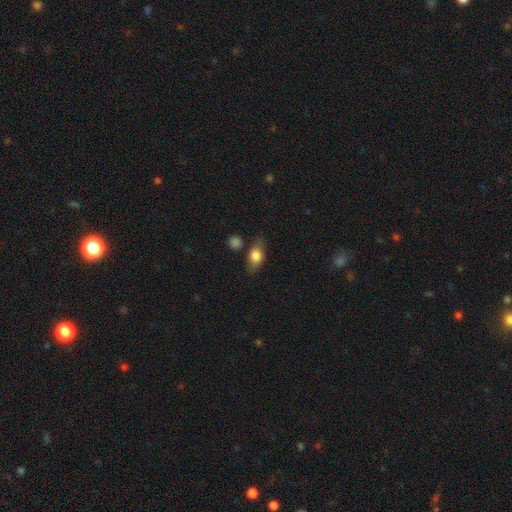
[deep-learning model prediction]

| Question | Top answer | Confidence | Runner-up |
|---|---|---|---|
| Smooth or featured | smooth | 70% | featured or disk (22%) |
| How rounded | in between | 72% | round (17%) |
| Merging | none | 71% | minor disturbance (18%) |